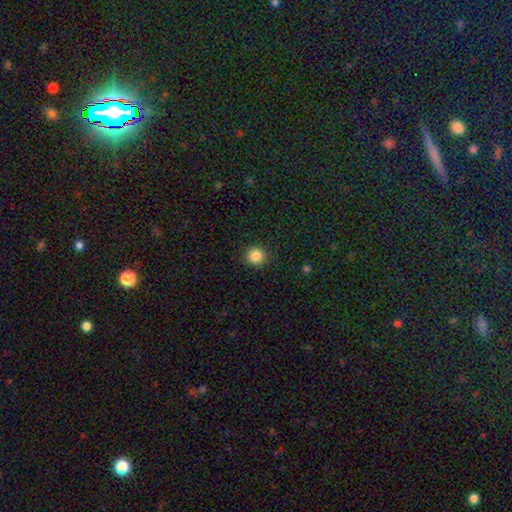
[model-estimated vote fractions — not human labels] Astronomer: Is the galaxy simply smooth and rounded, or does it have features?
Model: smooth — 86%.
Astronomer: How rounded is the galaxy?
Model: round — 93%.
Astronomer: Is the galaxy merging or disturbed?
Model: none — 91%.